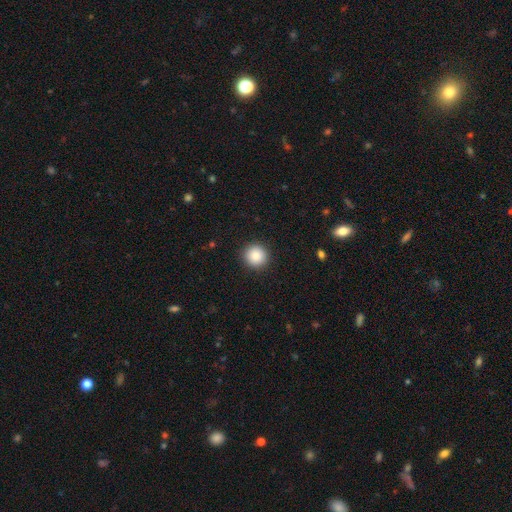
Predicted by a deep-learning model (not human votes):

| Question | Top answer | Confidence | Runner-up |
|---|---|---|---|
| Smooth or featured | smooth | 86% | star or artifact (9%) |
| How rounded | round | 95% | in between (4%) |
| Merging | none | 92% | minor disturbance (5%) |